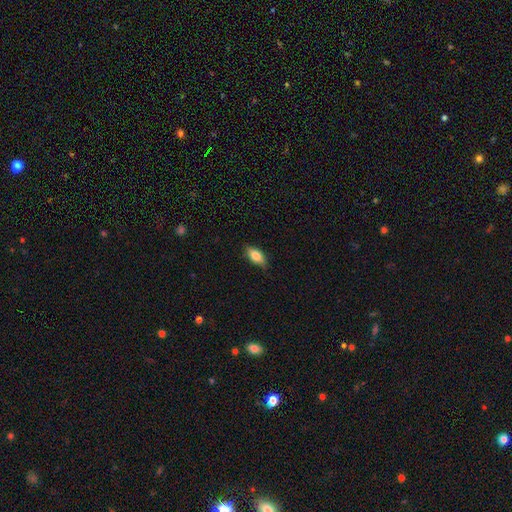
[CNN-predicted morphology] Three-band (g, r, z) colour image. It shows a smooth galaxy with no disk features (76%) that is in between round and cigar-shaped (84%). Merging: none (81%).